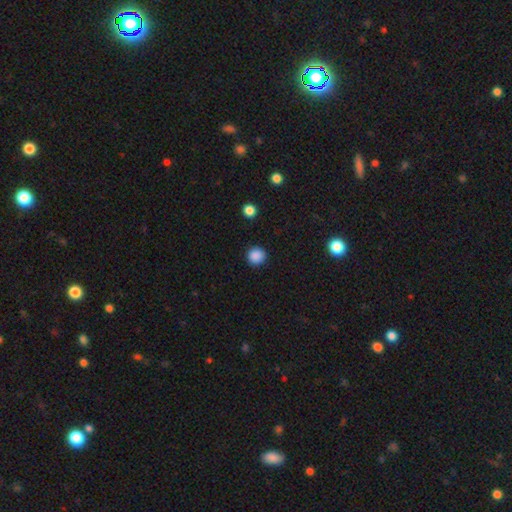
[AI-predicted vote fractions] The model was most divided on "smooth or featured": smooth: 88%, star or artifact: 10%, featured or disk: 2%. More confident: how rounded — round (93%); merging — none (91%).